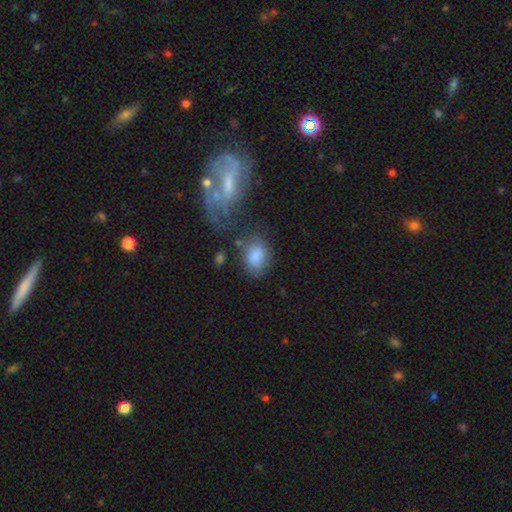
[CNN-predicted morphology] Overall: smooth (82%). How rounded: in between (78%). Merging: none (60%; minor disturbance 22%).